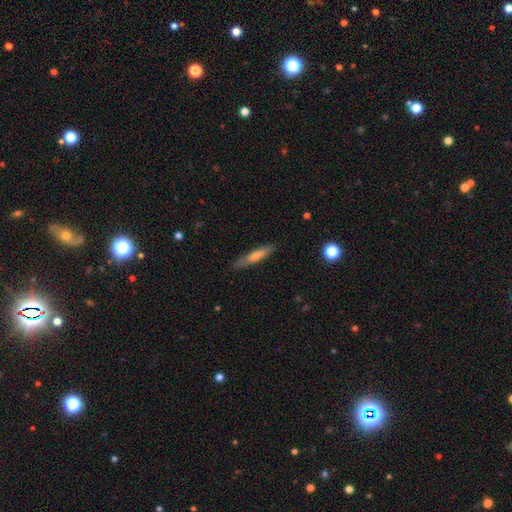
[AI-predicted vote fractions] This appears to be a smooth galaxy with no disk features (47%). Merging: none (88%).